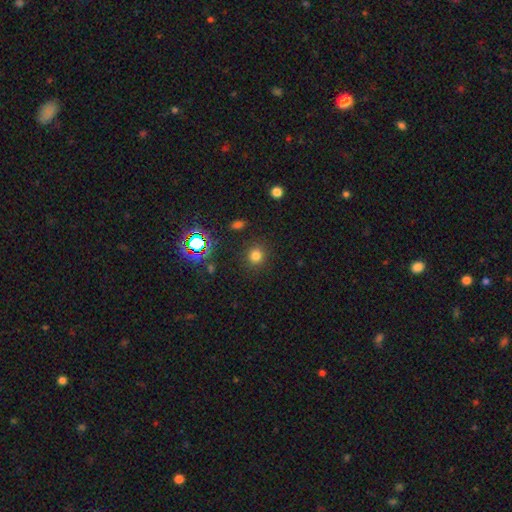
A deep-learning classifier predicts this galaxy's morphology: Smooth or featured? Predicted: smooth (p=0.74). How rounded? Predicted: round (p=0.91). Merging? Predicted: none (p=0.88).